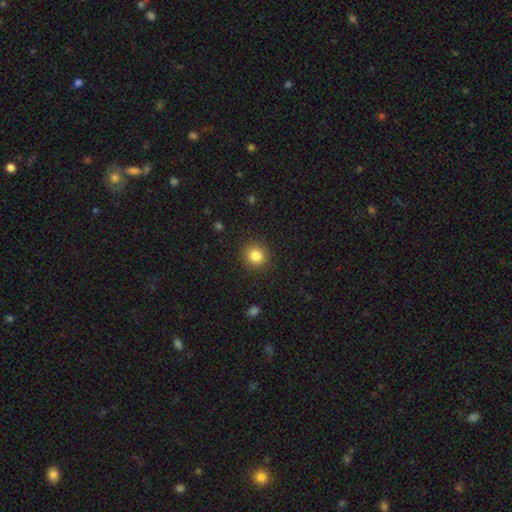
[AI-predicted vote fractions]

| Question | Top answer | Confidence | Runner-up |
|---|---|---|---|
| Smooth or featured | smooth | 84% | star or artifact (11%) |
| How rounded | round | 89% | in between (10%) |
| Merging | none | 90% | minor disturbance (7%) |